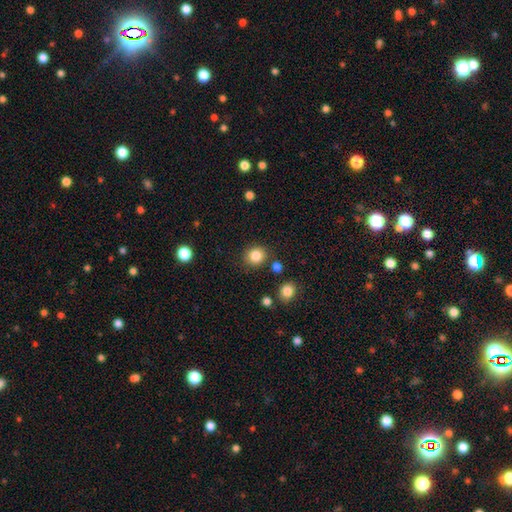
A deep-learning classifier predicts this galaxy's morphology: Q: Smooth or featured?
A: smooth (85%); runner-up: star or artifact (10%)
Q: How rounded?
A: round (83%); runner-up: in between (16%)
Q: Merging?
A: none (84%); runner-up: minor disturbance (9%)